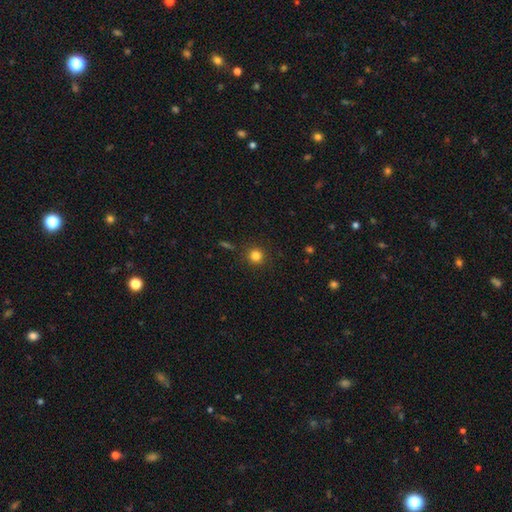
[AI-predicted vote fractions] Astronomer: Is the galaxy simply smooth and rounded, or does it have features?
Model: smooth — 82%.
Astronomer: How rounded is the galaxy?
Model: round — 94%.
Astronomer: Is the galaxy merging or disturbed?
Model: none — 89%.